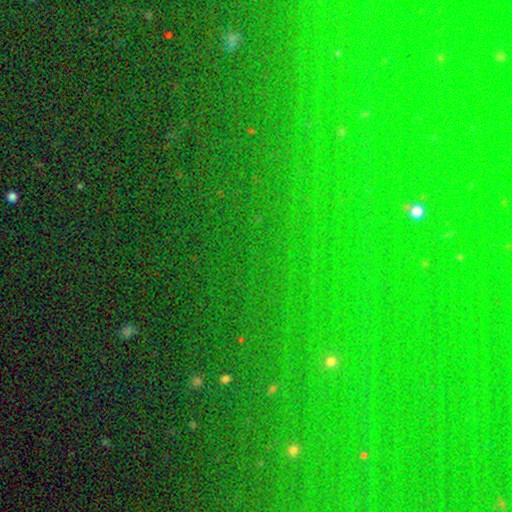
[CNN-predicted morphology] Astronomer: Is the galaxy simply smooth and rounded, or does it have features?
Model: star or artifact — 82%.